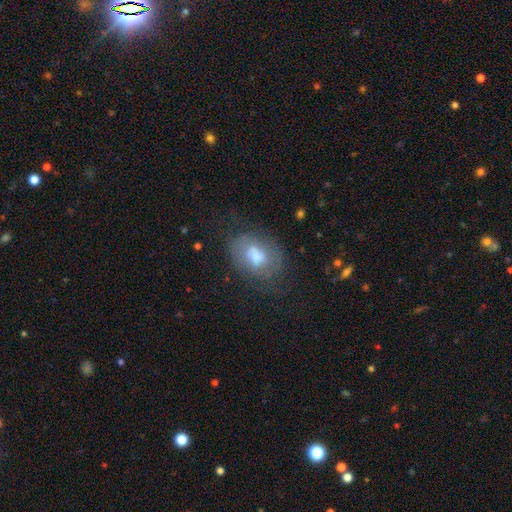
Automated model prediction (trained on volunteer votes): Smooth or featured?
  - smooth: 48% *
  - featured or disk: 42%
  - star or artifact: 10%
Merging?
  - none: 56% *
  - minor disturbance: 24%
  - major disturbance: 16%
  - merger: 4%